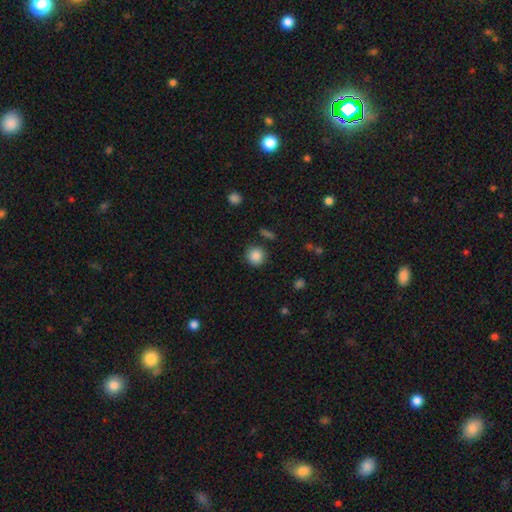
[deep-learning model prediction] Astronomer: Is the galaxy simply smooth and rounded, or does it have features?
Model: smooth — 86%.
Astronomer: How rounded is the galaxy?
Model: round — 92%.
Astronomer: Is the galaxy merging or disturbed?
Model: none — 87%.